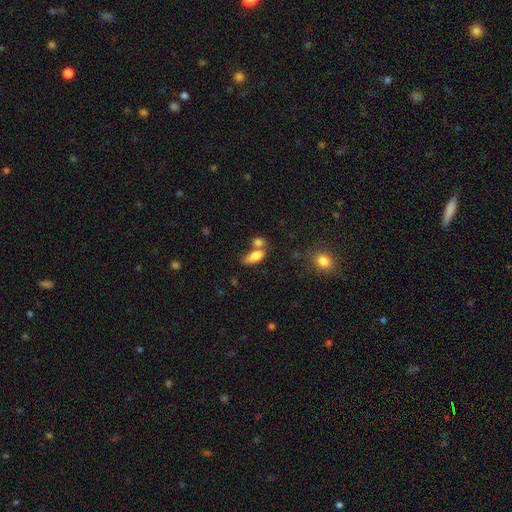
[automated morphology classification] smooth_or_featured: smooth (p=0.80) [alt: featured or disk p=0.11]
how_rounded: in between (p=0.82) [alt: cigar-shaped p=0.13]
merging: merger (p=0.43) [alt: none p=0.38]